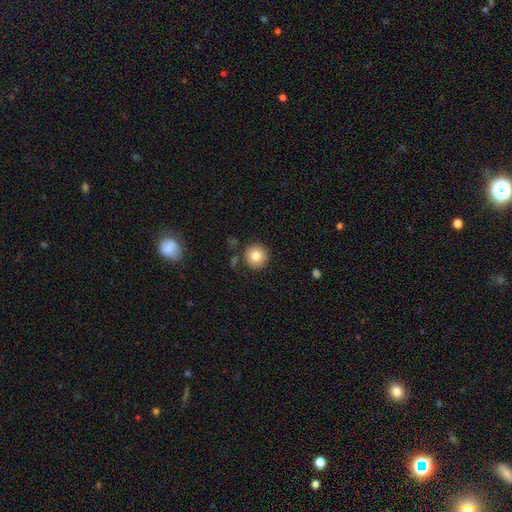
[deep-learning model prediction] Smooth or featured? Predicted: smooth (p=0.81). How rounded? Predicted: round (p=0.95). Merging? Predicted: none (p=0.86).